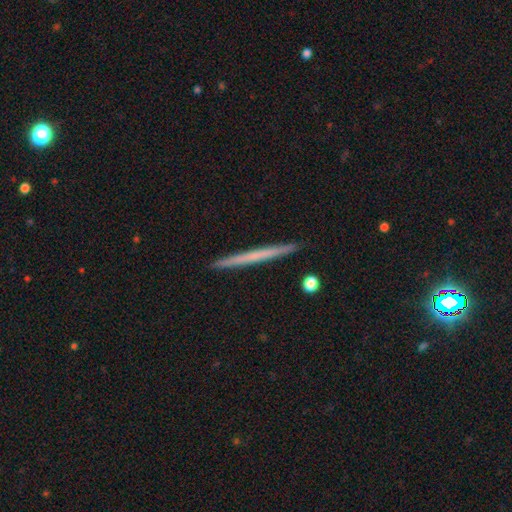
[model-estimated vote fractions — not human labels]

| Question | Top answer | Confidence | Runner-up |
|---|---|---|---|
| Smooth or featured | featured or disk | 48% | smooth (46%) |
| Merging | none | 92% | minor disturbance (5%) |